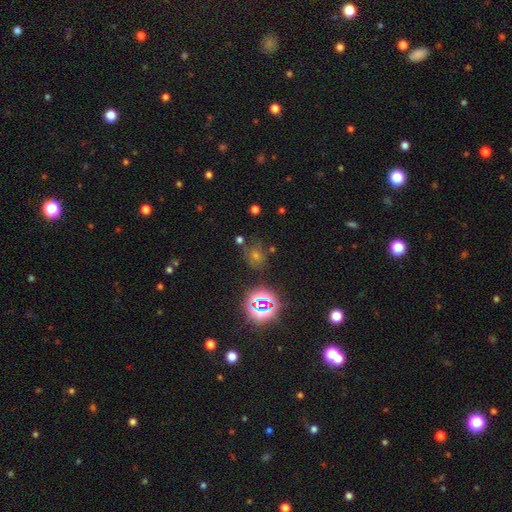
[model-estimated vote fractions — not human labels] A star or artifact, not a galaxy (53%).